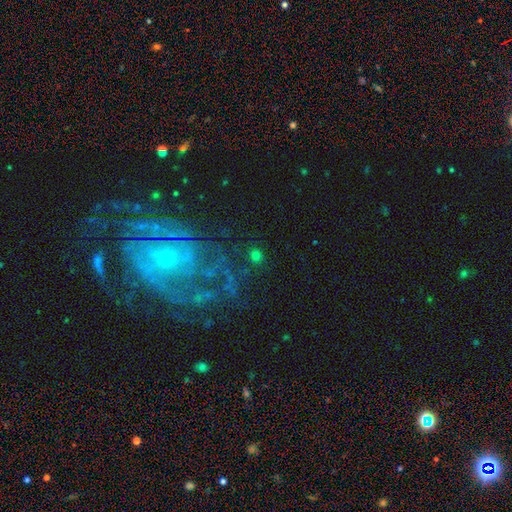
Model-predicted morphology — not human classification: Q: Smooth or featured?
A: smooth (62%); runner-up: star or artifact (21%)
Q: How rounded?
A: round (86%); runner-up: in between (12%)
Q: Merging?
A: none (82%); runner-up: minor disturbance (9%)